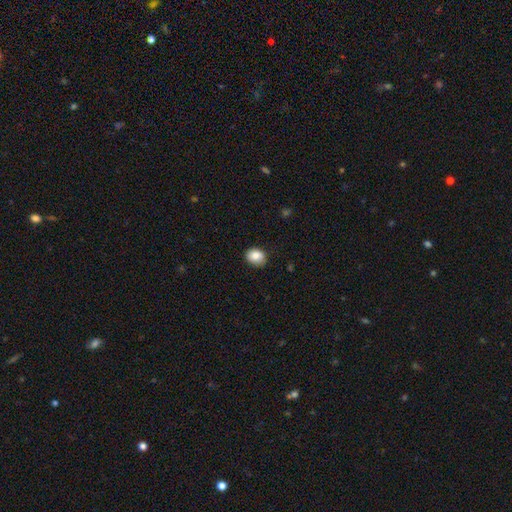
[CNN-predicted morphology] Overall: smooth (85%). How rounded: in between (50%; round 49%). Merging: none (81%).